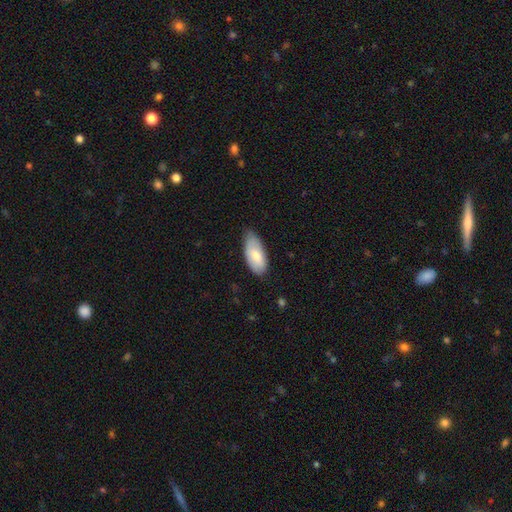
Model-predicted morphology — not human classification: smooth 80%, featured or disk 15%, star or artifact 6%. Down the decision tree: how rounded — in between (91%); merging — none (60%).